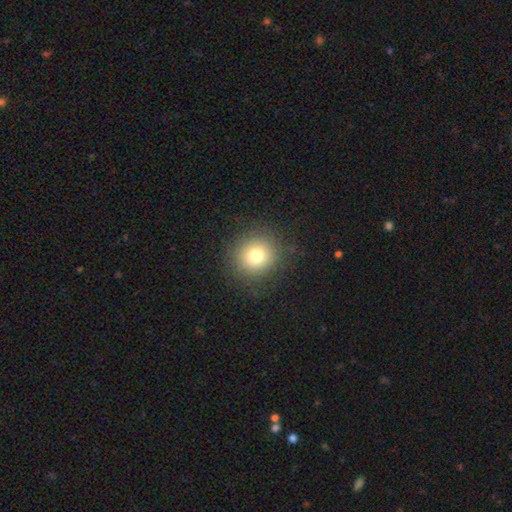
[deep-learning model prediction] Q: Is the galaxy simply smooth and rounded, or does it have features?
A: smooth — 76%.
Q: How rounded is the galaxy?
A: round — 90%.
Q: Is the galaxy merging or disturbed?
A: none — 87%.